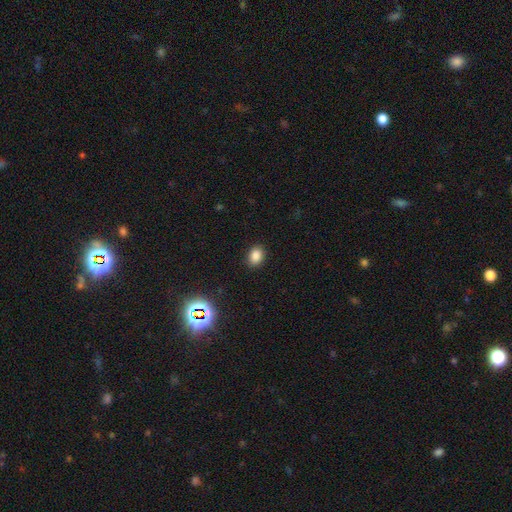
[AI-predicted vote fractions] The model was most divided on "how rounded": in between: 67%, round: 32%, cigar-shaped: 1%. More confident: merging — none (88%); smooth or featured — smooth (84%).